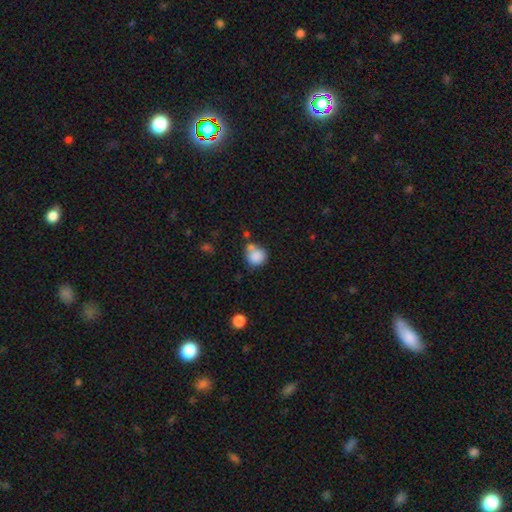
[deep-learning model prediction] The model was most divided on "merging": none: 53%, merger: 25%, minor disturbance: 16%, major disturbance: 6%. More confident: how rounded — round (84%); smooth or featured — smooth (84%).